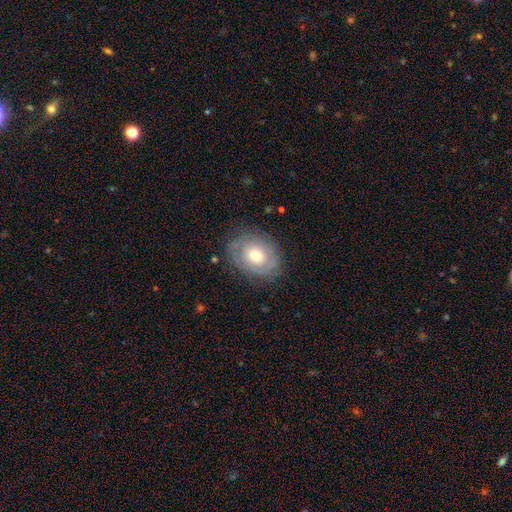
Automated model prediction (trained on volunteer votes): Overall: featured or disk (51%; smooth 41%). Edge-on disk: no (95%). Merging: none (75%).